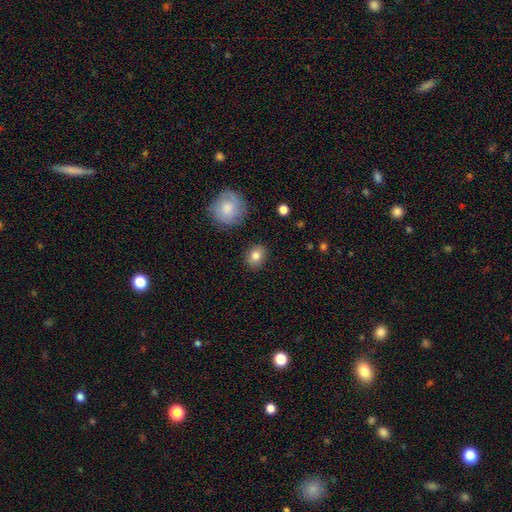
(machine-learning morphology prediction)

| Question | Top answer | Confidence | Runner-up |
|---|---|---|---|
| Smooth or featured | smooth | 81% | featured or disk (10%) |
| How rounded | round | 53% | in between (46%) |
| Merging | none | 87% | minor disturbance (9%) |